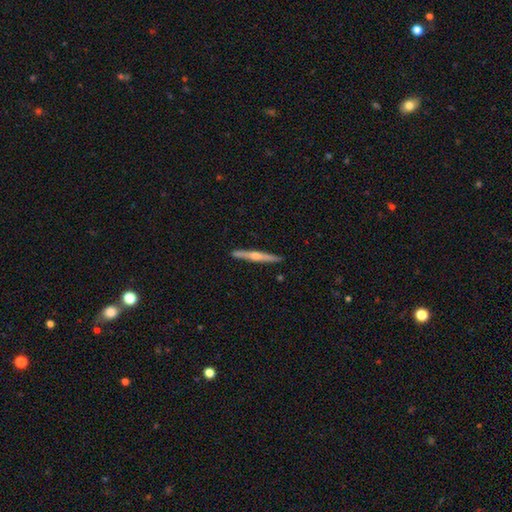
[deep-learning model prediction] Morphology: type=featured or disk (69%); edge-on=yes (98%); edge-on bulge=rounded (79%); merging=none (91%).